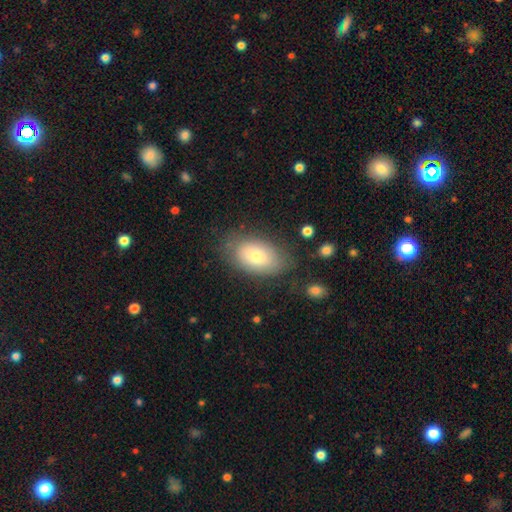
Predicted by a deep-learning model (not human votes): Q: Smooth or featured?
A: smooth (65%); runner-up: featured or disk (23%)
Q: How rounded?
A: in between (91%); runner-up: round (7%)
Q: Merging?
A: none (78%); runner-up: minor disturbance (15%)